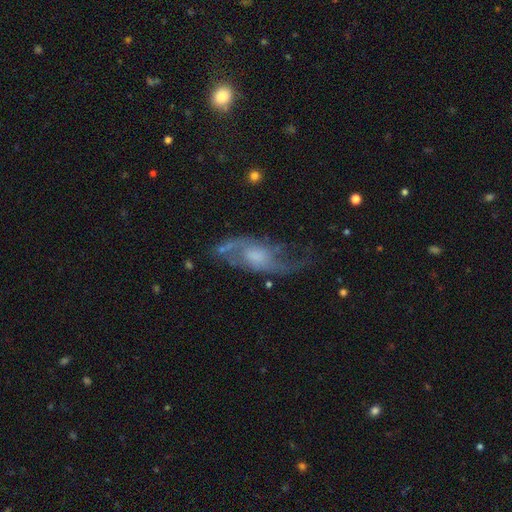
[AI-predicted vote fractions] featured or disk 79%, smooth 13%, star or artifact 8%. Down the decision tree: edge-on disk — no (89%); bar — no (62%); spiral arms — yes (90%); spiral arm count — 2 (82%); spiral winding — loose (55%); bulge size — moderate (40%); merging — none (60%).